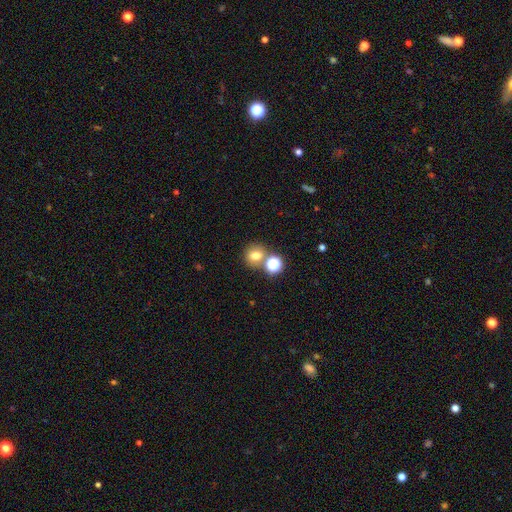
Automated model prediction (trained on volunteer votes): smooth-or-featured: smooth: 71% | star or artifact: 18% | featured or disk: 10%
  how-rounded: round: 79% | in between: 20% | cigar-shaped: 1%
  merging: none: 65% | merger: 23% | minor disturbance: 9% | major disturbance: 4%